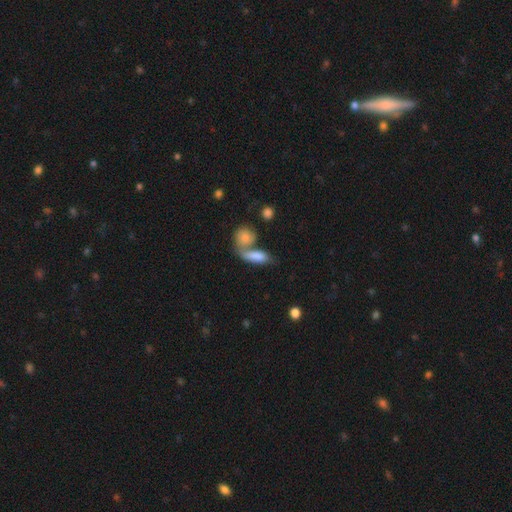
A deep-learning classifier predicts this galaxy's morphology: smooth_or_featured: smooth (p=0.77) [alt: featured or disk p=0.15]
how_rounded: in between (p=0.66) [alt: cigar-shaped p=0.27]
merging: merger (p=0.52) [alt: none p=0.32]